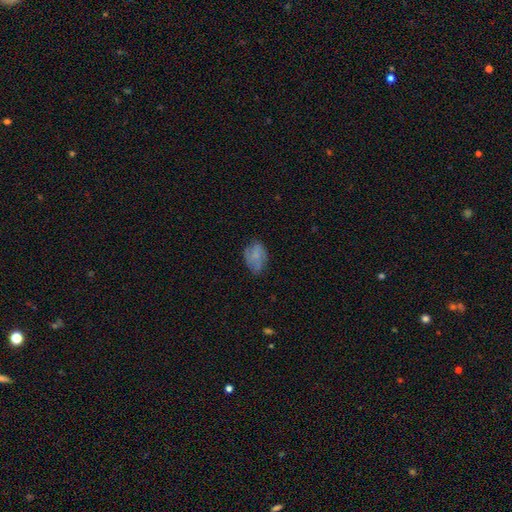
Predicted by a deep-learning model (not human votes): Smooth or featured?
  - smooth: 60% *
  - featured or disk: 30%
  - star or artifact: 10%
How rounded?
  - in between: 76% *
  - round: 22%
  - cigar-shaped: 1%
Merging?
  - none: 61% *
  - minor disturbance: 27%
  - major disturbance: 10%
  - merger: 2%